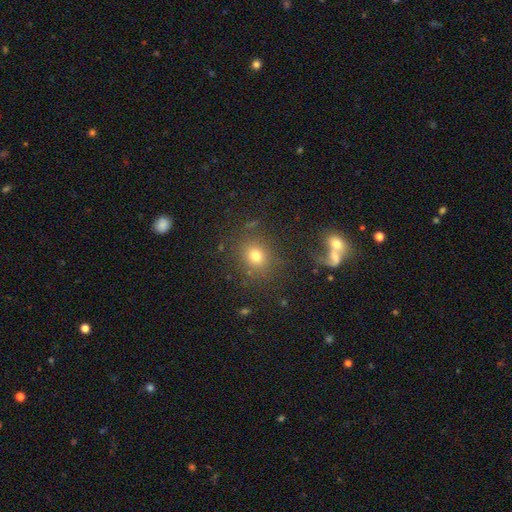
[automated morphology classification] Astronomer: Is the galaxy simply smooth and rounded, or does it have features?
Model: smooth — 72%.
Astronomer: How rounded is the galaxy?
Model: round — 79%.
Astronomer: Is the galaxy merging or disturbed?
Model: none — 82%.